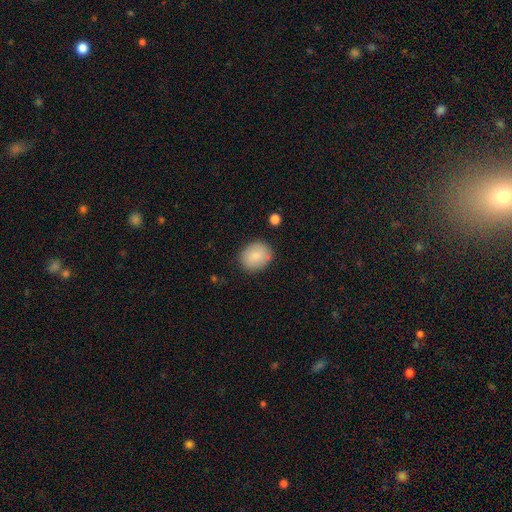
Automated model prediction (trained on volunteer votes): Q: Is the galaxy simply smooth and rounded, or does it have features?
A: smooth — 85%.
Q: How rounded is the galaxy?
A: round — 56%.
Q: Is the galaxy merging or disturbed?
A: none — 84%.